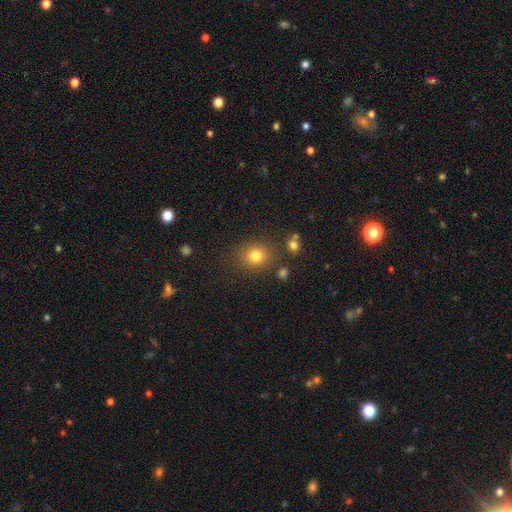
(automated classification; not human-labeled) Q: Smooth or featured?
A: smooth (80%); runner-up: star or artifact (13%)
Q: How rounded?
A: round (73%); runner-up: in between (26%)
Q: Merging?
A: none (81%); runner-up: minor disturbance (11%)